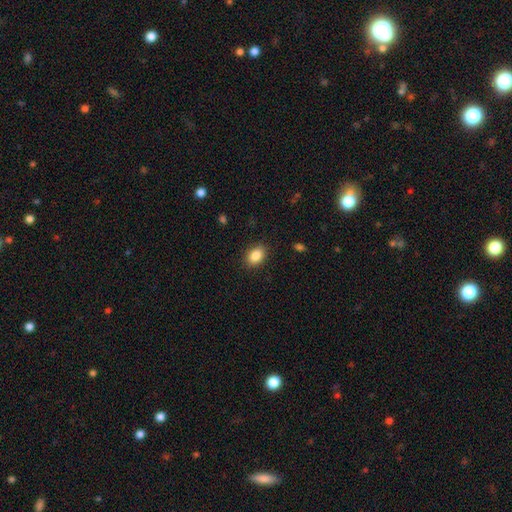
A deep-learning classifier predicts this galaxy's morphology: A smooth galaxy with no disk features (87%) that is in between round and cigar-shaped (80%).

Vote fractions:
- Smooth or featured? smooth: 87% / star or artifact: 8% / featured or disk: 5%
- How rounded? in between: 80% / round: 18% / cigar-shaped: 1%
- Merging? none: 88% / minor disturbance: 9% / major disturbance: 2% / merger: 1%